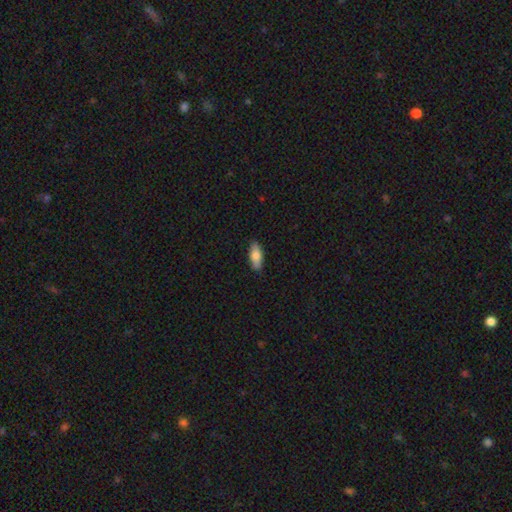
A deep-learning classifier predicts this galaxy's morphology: Q: Smooth or featured?
A: smooth (79%); runner-up: featured or disk (15%)
Q: How rounded?
A: in between (78%); runner-up: cigar-shaped (20%)
Q: Merging?
A: none (89%); runner-up: minor disturbance (9%)